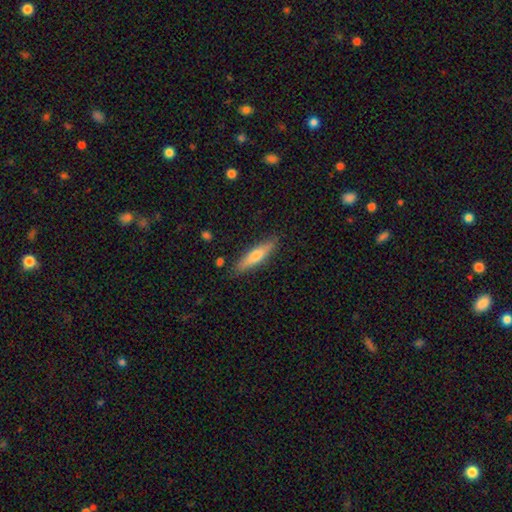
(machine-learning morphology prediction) smooth 59%, featured or disk 35%, star or artifact 6%. Down the decision tree: how rounded — cigar-shaped (81%); merging — none (87%).